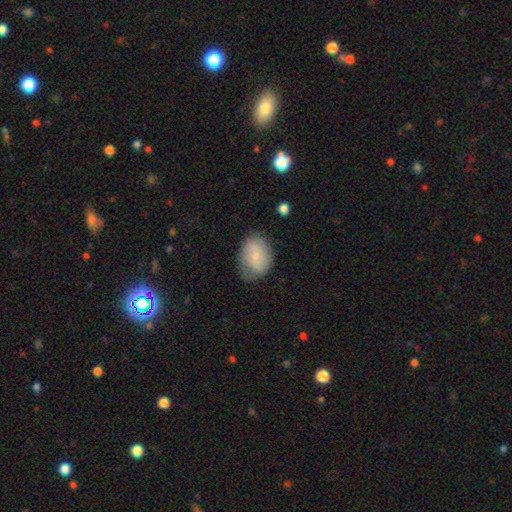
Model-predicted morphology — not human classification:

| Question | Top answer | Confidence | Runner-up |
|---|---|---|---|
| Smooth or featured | smooth | 66% | featured or disk (27%) |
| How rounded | in between | 72% | round (26%) |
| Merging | none | 64% | minor disturbance (27%) |